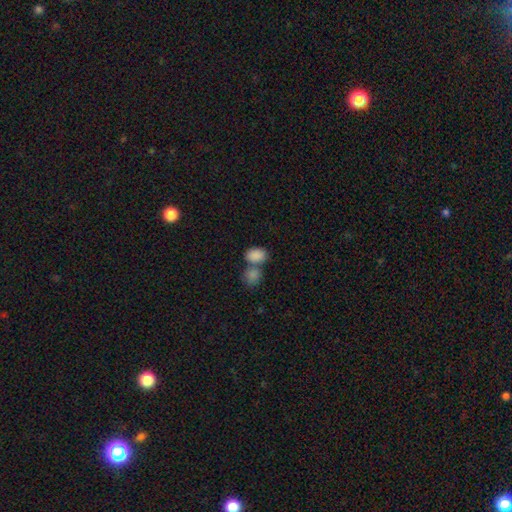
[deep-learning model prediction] smooth-or-featured: smooth: 87% | star or artifact: 8% | featured or disk: 6%
  how-rounded: in between: 82% | round: 16% | cigar-shaped: 1%
  merging: merger: 46% | none: 41% | minor disturbance: 10% | major disturbance: 4%